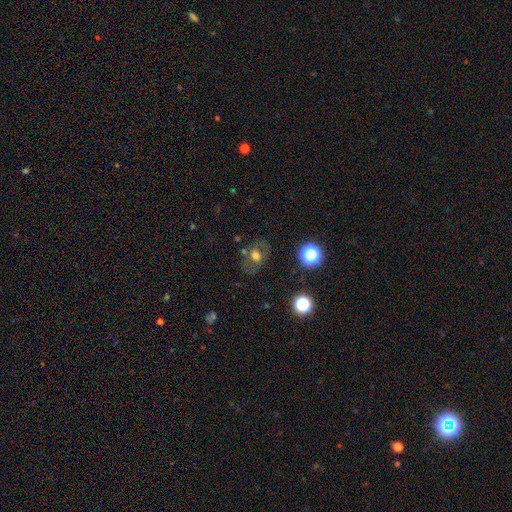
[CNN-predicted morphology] smooth-or-featured: smooth: 54% | featured or disk: 30% | star or artifact: 16%
  how-rounded: in between: 51% | round: 48% | cigar-shaped: 1%
  merging: none: 72% | minor disturbance: 16% | major disturbance: 8% | merger: 4%